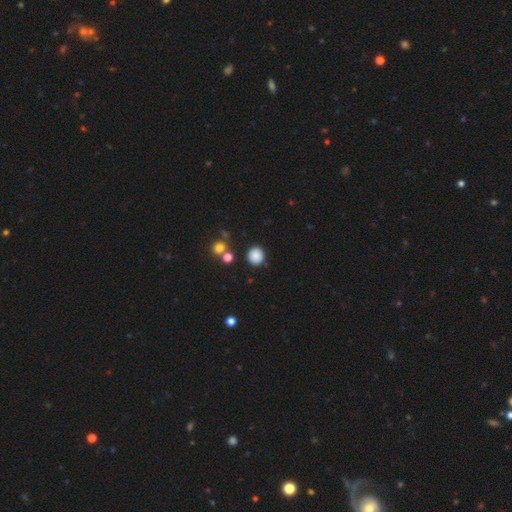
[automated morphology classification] Smooth or featured: smooth — 85% (star or artifact — 11%)
How rounded: round — 87% (in between — 12%)
Merging: none — 85% (minor disturbance — 8%)